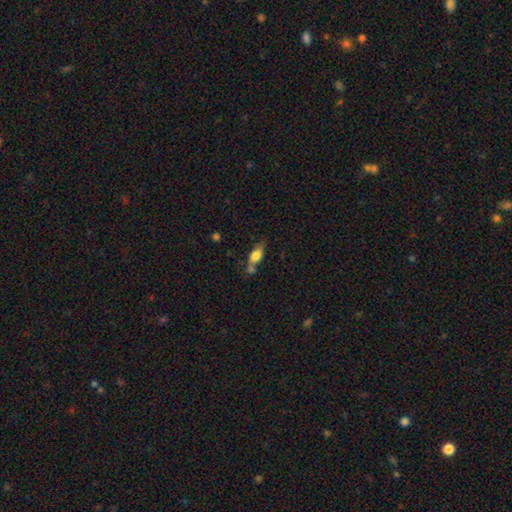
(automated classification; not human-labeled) Smooth or featured: smooth — 70% (featured or disk — 21%)
How rounded: in between — 74% (cigar-shaped — 20%)
Merging: none — 44% (merger — 27%)